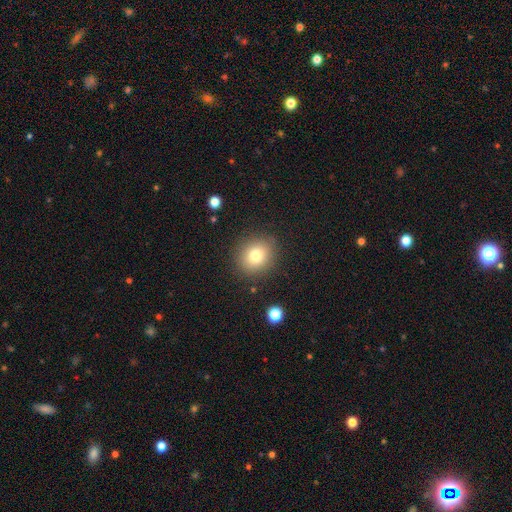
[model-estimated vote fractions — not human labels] Smooth or featured? smooth (78%)
How rounded? round (78%)
Merging? none (87%)